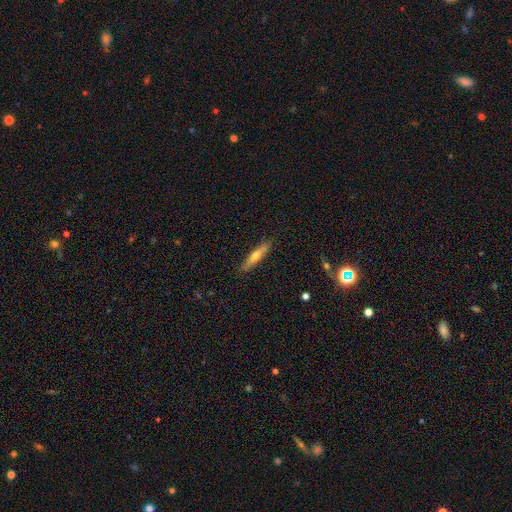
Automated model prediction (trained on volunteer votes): This is possibly a smooth galaxy (50%). How rounded: clearly cigar-shaped (87%). Merging: clearly none (87%).